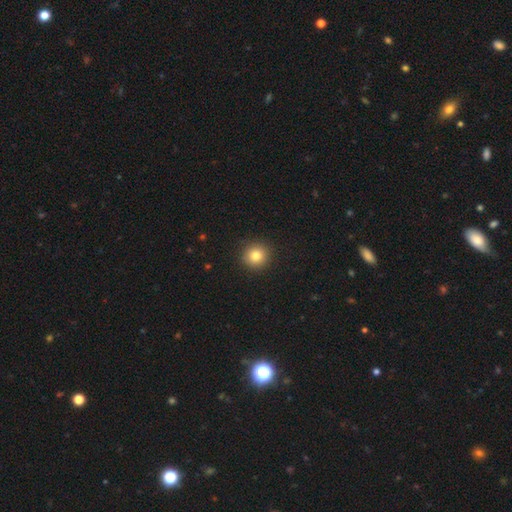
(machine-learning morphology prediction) Q: Smooth or featured?
A: smooth (82%); runner-up: star or artifact (11%)
Q: How rounded?
A: round (93%); runner-up: in between (6%)
Q: Merging?
A: none (92%); runner-up: minor disturbance (5%)